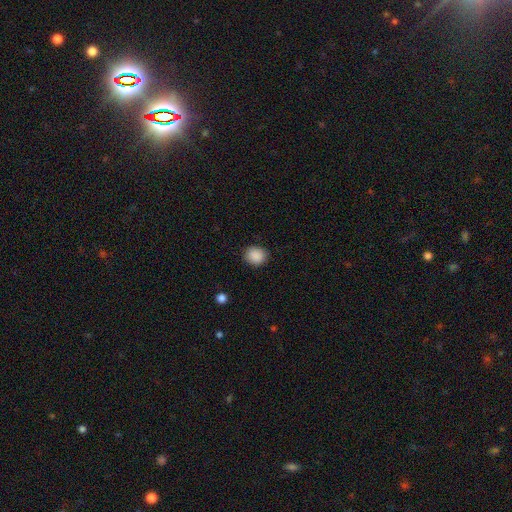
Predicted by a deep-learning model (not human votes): Smooth or featured? Predicted: smooth (p=0.89). How rounded? Predicted: round (p=0.68). Merging? Predicted: none (p=0.87).